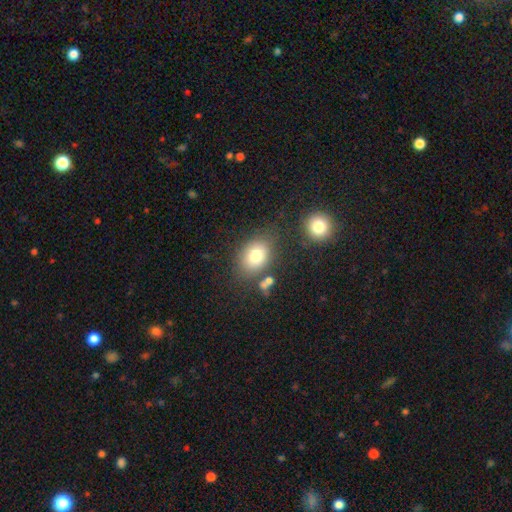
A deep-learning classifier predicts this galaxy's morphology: type=smooth (78%); roundness=in between (64%); merging=none (70%).